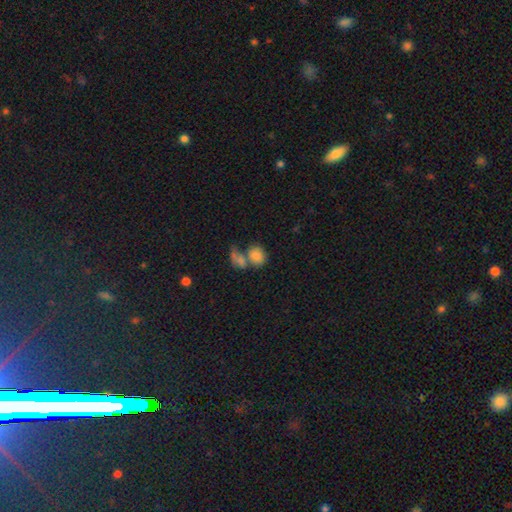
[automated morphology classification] Smooth or featured: smooth — 80% (featured or disk — 11%)
How rounded: in between — 55% (round — 43%)
Merging: merger — 53% (none — 30%)